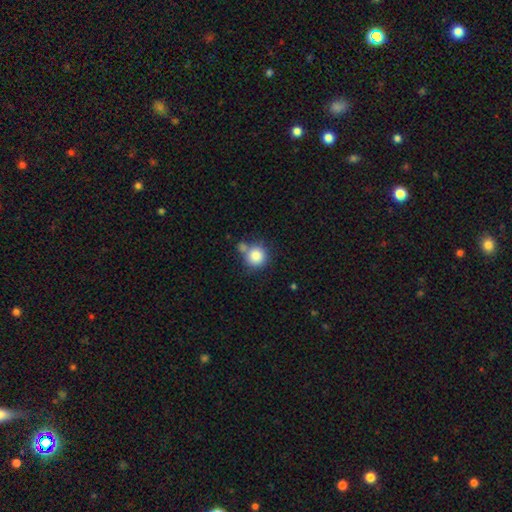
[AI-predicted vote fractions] This appears to be a smooth galaxy with no disk features (85%) that is round (91%). Merging: none (58%).